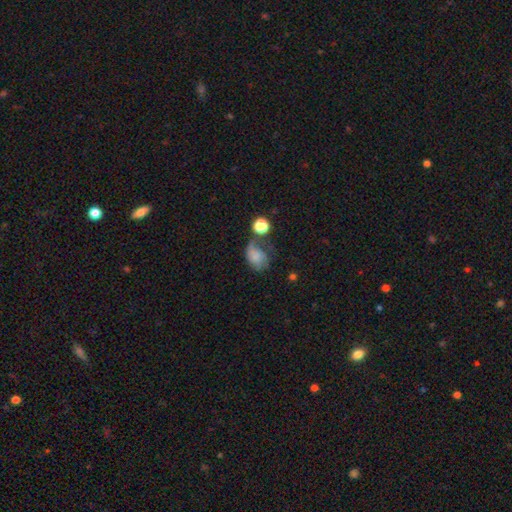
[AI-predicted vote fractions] smooth-or-featured: smooth: 53% | featured or disk: 34% | star or artifact: 12%
  how-rounded: in between: 61% | round: 38% | cigar-shaped: 1%
  merging: major disturbance: 32% | none: 29% | minor disturbance: 26% | merger: 13%